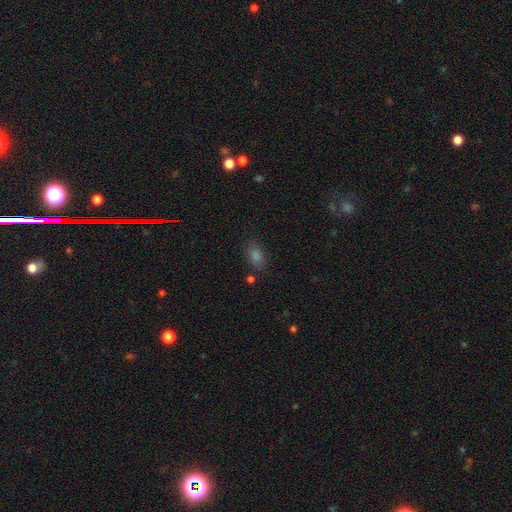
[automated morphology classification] This appears to be a smooth galaxy with no disk features (72%) that is in between round and cigar-shaped (81%). Merging: none (83%).